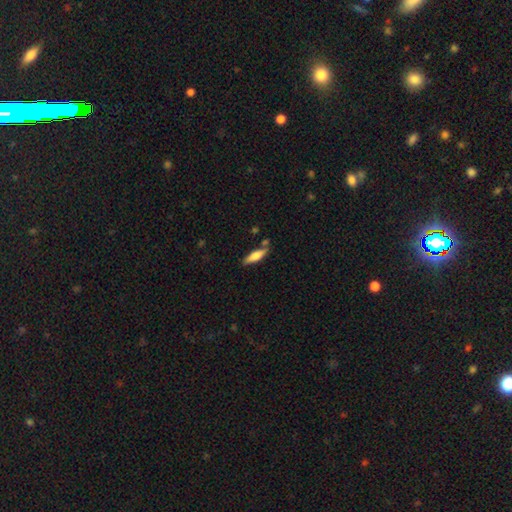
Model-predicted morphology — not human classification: This appears to be a smooth galaxy with no disk features (66%) that is cigar-shaped (61%). Merging: none (73%).